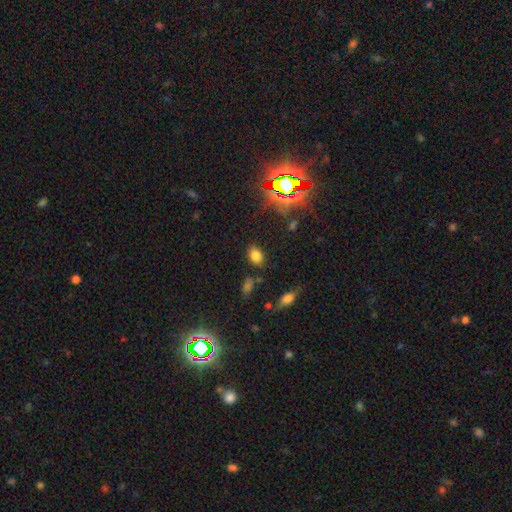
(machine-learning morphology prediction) This appears to be a smooth galaxy with no disk features (75%) that is in between round and cigar-shaped (82%). Merging: none (82%).